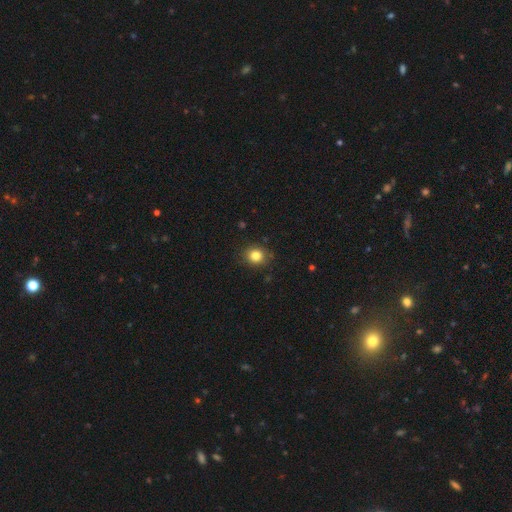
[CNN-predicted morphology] smooth 83%, star or artifact 11%, featured or disk 5%. Down the decision tree: how rounded — round (78%); merging — none (87%).